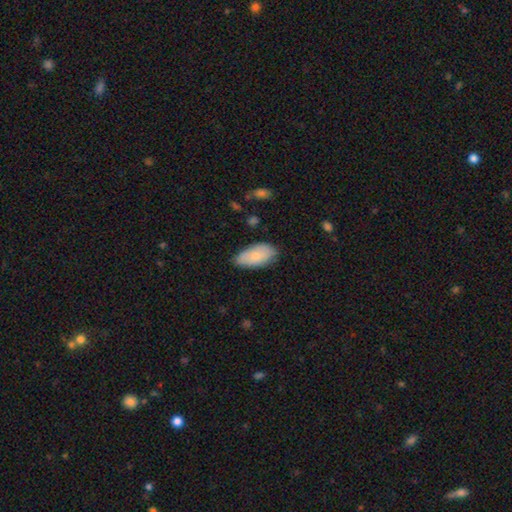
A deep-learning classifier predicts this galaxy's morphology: This is likely a smooth galaxy (80%). How rounded: clearly in between (94%). Merging: likely none (75%).